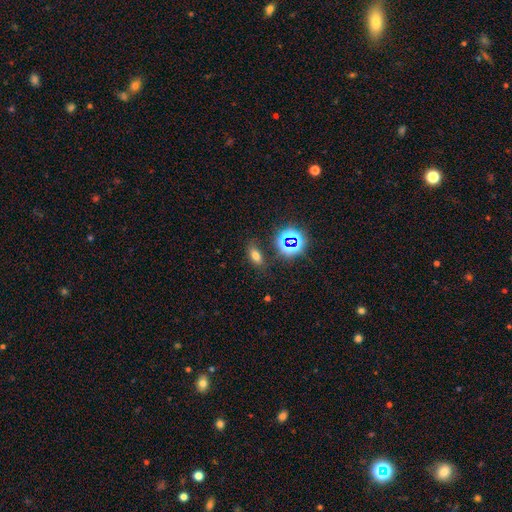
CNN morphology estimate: Overall: smooth (63%; star or artifact 26%). How rounded: in between (79%). Merging: none (80%).